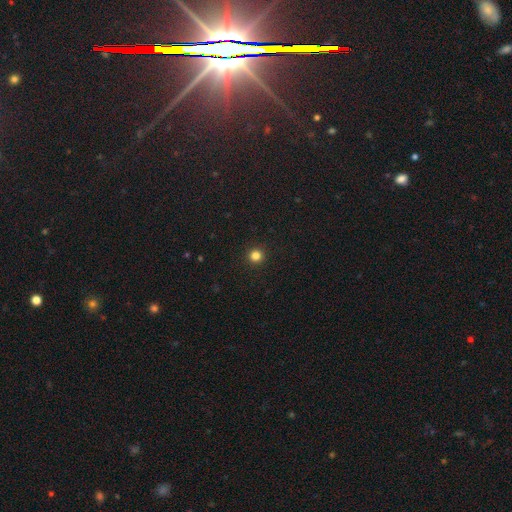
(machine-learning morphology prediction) The model was most divided on "smooth or featured": smooth: 83%, star or artifact: 13%, featured or disk: 4%. More confident: how rounded — round (95%); merging — none (94%).